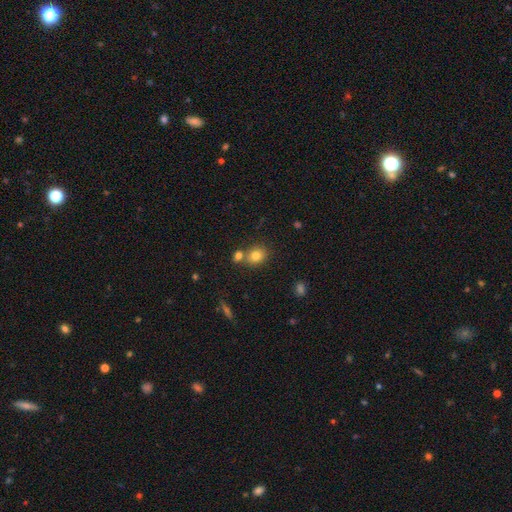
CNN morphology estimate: This appears to be a smooth galaxy with no disk features (81%) that is round (62%). Merging: none (60%).